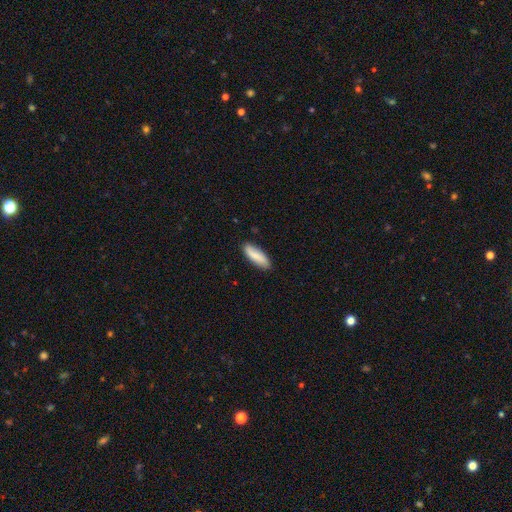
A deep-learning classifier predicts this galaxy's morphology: A smooth galaxy with no disk features (82%) that is in between round and cigar-shaped (52%). Merging: none (85%).